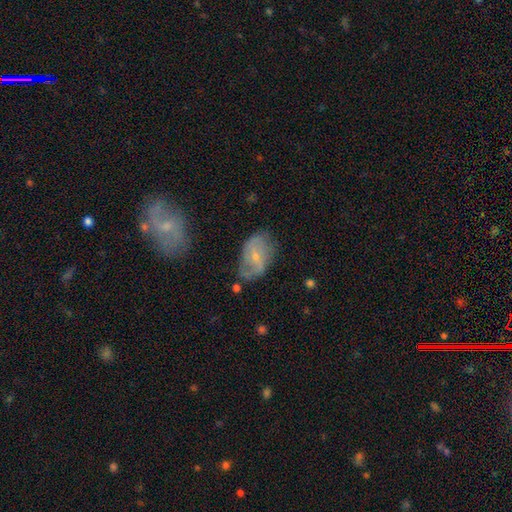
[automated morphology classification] The model was most divided on "bar": weak: 50%, no: 32%, strong: 19%. More confident: edge-on disk — no (95%); spiral arms — yes (75%); bulge size — small (71%); smooth or featured — featured or disk (62%); merging — none (56%).